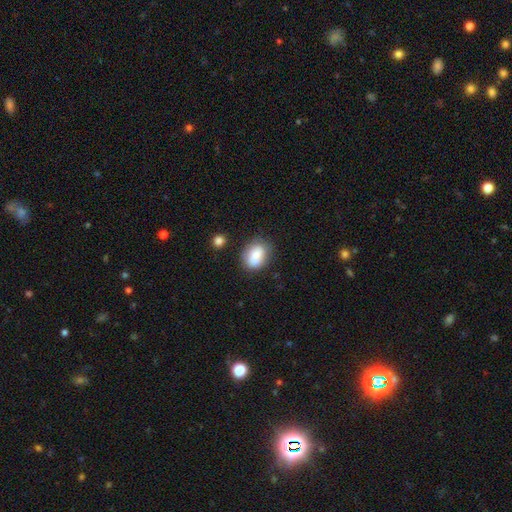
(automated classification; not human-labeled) smooth-or-featured: smooth: 71% | featured or disk: 21% | star or artifact: 8%
  how-rounded: in between: 62% | round: 36% | cigar-shaped: 1%
  merging: none: 50% | merger: 26% | minor disturbance: 18% | major disturbance: 6%